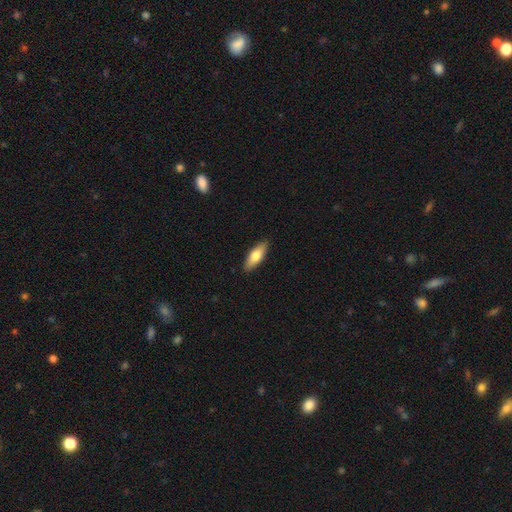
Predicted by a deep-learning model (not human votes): This appears to be a smooth galaxy with no disk features (73%) that is in between round and cigar-shaped (65%). Merging: none (89%).